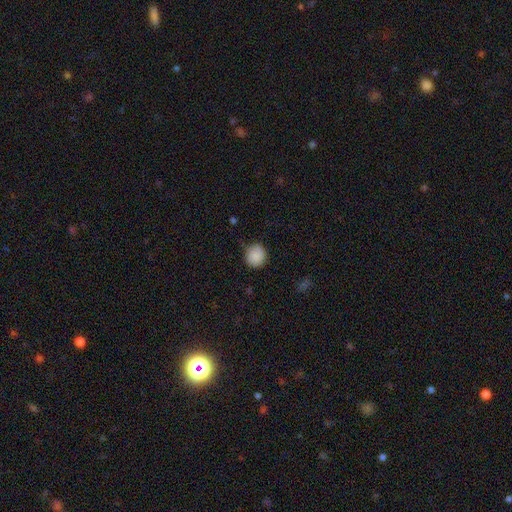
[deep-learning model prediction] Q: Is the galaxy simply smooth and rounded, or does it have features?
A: smooth — 88%.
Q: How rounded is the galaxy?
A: round — 88%.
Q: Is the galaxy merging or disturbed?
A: none — 82%.